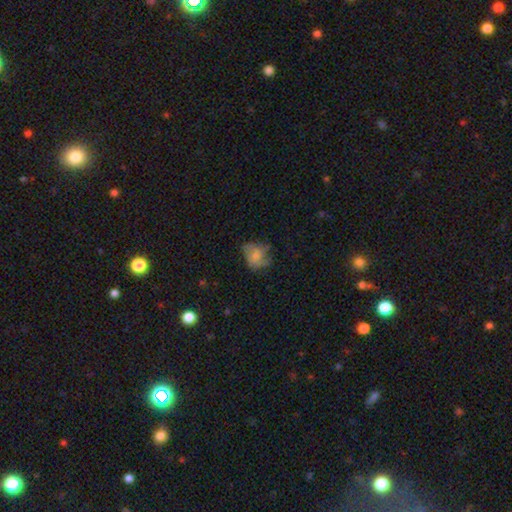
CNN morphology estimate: Q: Smooth or featured?
A: smooth (55%); runner-up: featured or disk (36%)
Q: How rounded?
A: round (51%); runner-up: in between (48%)
Q: Merging?
A: none (47%); runner-up: minor disturbance (31%)